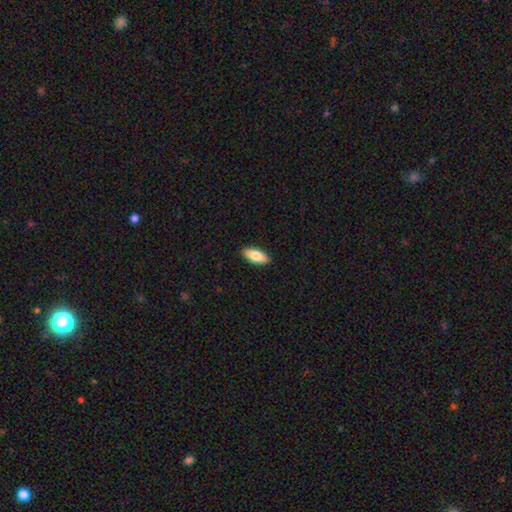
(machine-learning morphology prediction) Smooth or featured?
  - smooth: 79% *
  - featured or disk: 15%
  - star or artifact: 6%
How rounded?
  - in between: 85% *
  - cigar-shaped: 12%
  - round: 2%
Merging?
  - none: 91% *
  - minor disturbance: 7%
  - major disturbance: 1%
  - merger: 1%